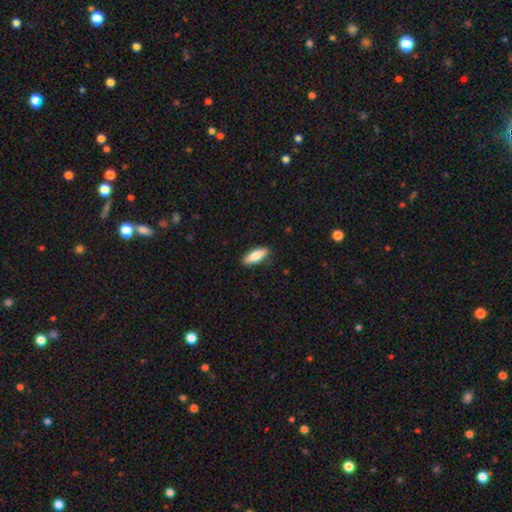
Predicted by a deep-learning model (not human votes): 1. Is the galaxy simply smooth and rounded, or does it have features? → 75% smooth, 20% featured or disk, 6% star or artifact.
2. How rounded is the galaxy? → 60% in between, 37% cigar-shaped, 2% round.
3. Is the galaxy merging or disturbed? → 88% none, 9% minor disturbance, 2% major disturbance, 1% merger.